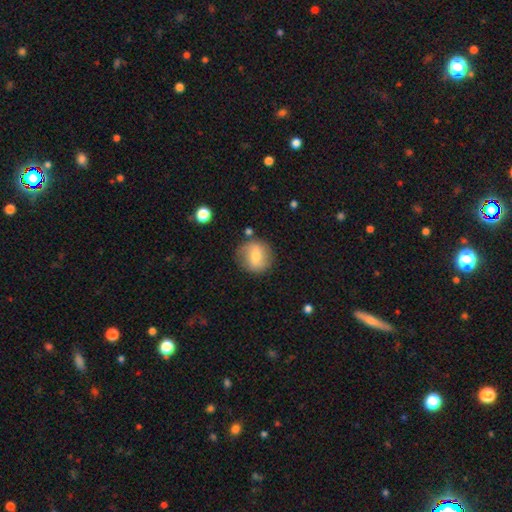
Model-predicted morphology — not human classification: Smooth or featured? smooth (63%)
How rounded? round (88%)
Merging? none (80%)